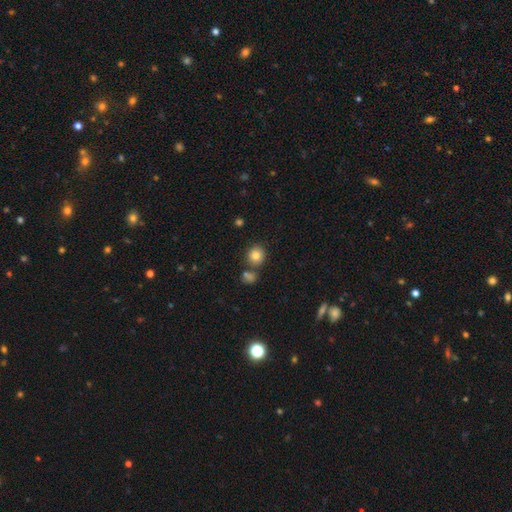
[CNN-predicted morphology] smooth 82%, star or artifact 11%, featured or disk 7%. Down the decision tree: how rounded — round (88%); merging — none (74%).